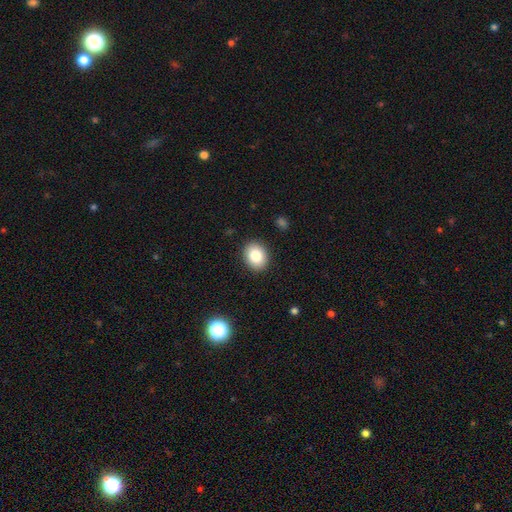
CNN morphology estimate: This is clearly a smooth galaxy (84%). How rounded: possibly in between (55%). Merging: clearly none (90%).